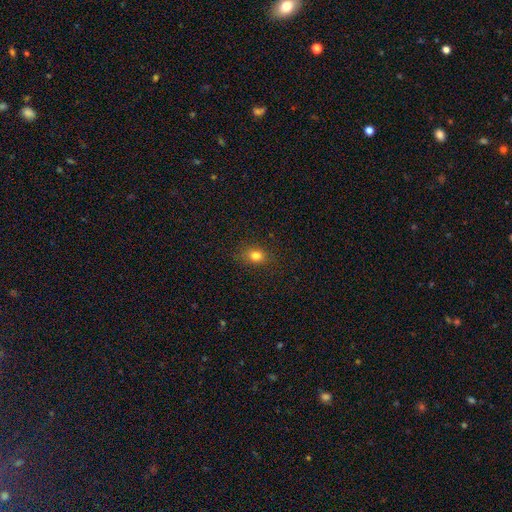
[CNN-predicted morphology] smooth 80%, star or artifact 13%, featured or disk 7%. Down the decision tree: how rounded — in between (62%); merging — none (84%).